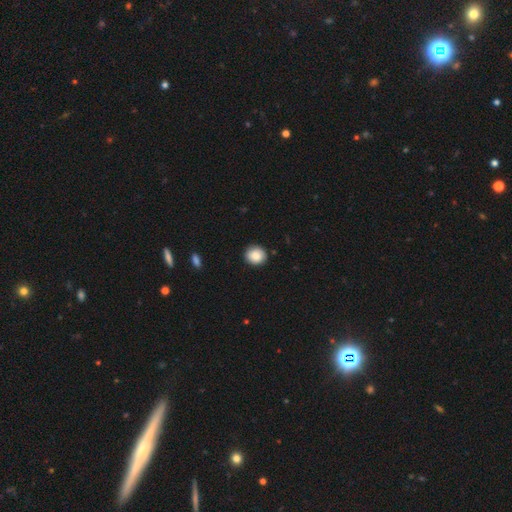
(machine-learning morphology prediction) smooth 85%, star or artifact 8%, featured or disk 7%. Down the decision tree: how rounded — round (85%); merging — none (88%).